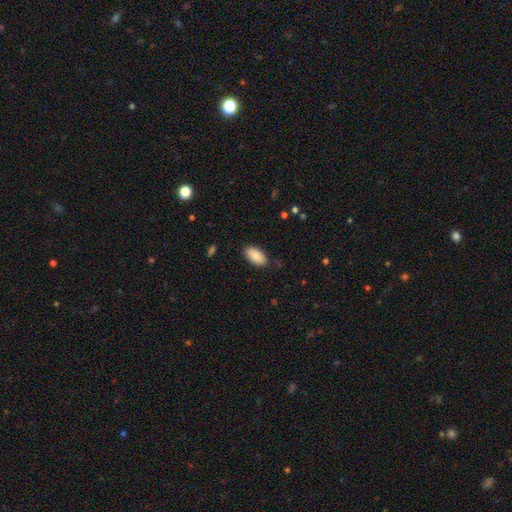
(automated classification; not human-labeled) Smooth or featured: smooth — 89% (star or artifact — 6%)
How rounded: in between — 94% (cigar-shaped — 4%)
Merging: none — 86% (minor disturbance — 11%)